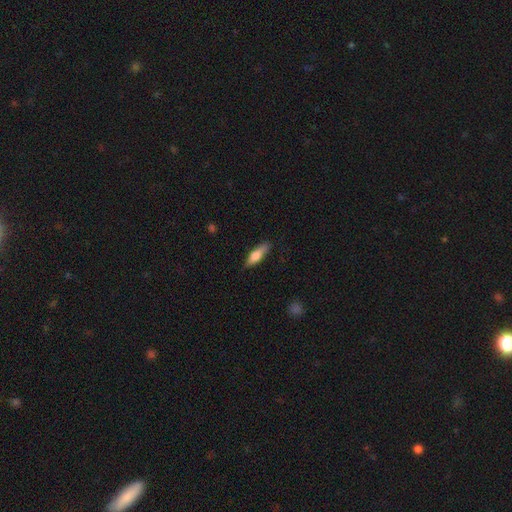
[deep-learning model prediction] Q: Smooth or featured?
A: smooth (62%); runner-up: featured or disk (32%)
Q: How rounded?
A: cigar-shaped (60%); runner-up: in between (38%)
Q: Merging?
A: none (83%); runner-up: minor disturbance (13%)